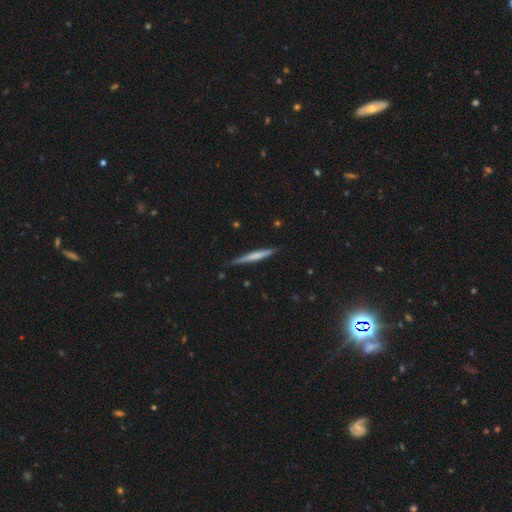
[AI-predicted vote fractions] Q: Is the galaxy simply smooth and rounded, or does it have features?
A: smooth — 48%.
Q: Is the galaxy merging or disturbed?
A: none — 86%.